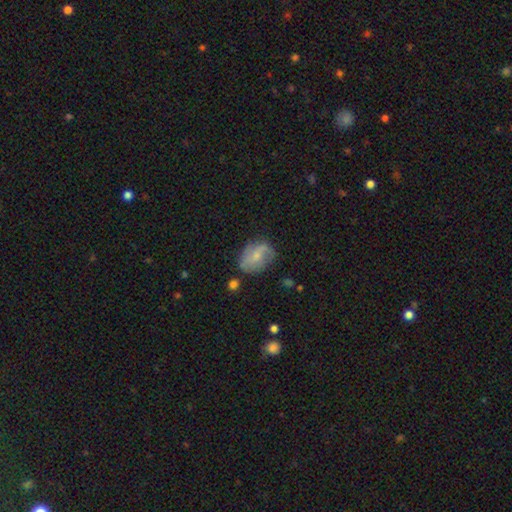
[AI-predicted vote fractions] Smooth or featured? featured or disk (47%)
Merging? none (60%)